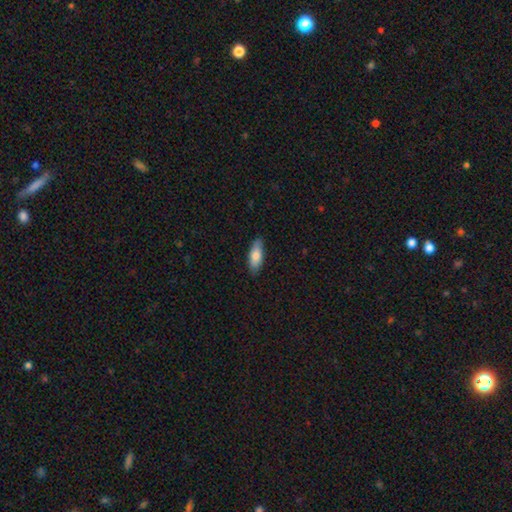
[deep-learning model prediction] Smooth or featured? Predicted: smooth (p=0.78). How rounded? Predicted: in between (p=0.74). Merging? Predicted: none (p=0.85).